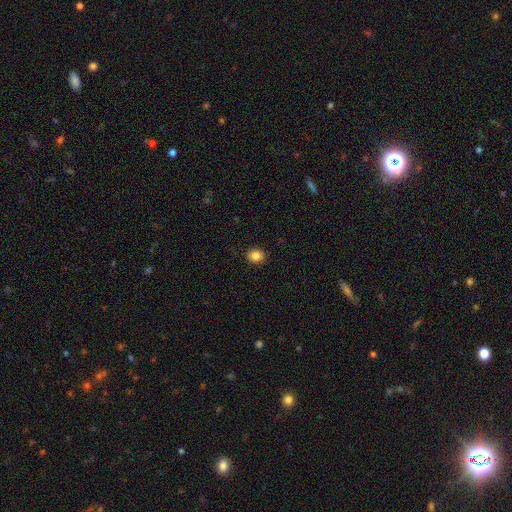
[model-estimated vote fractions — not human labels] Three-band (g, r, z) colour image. It shows a smooth galaxy with no disk features (86%) that is round (66%). Merging: none (90%).